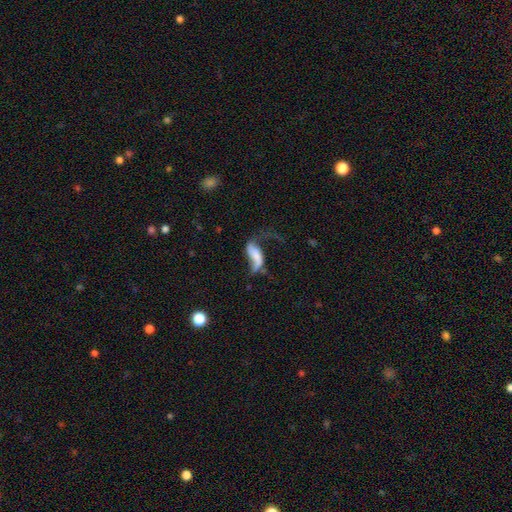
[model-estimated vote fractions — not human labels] A featured or disk galaxy (62%) with no bar (49%), spiral arms (77%) and no central bulge (47%).

Vote fractions:
- Smooth or featured? featured or disk: 62% / smooth: 29% / star or artifact: 10%
- Edge-on disk? no: 91% / yes: 9%
- Bar? no: 49% / weak: 28% / strong: 22%
- Spiral arms? yes: 77% / no: 23%
- Bulge size? none: 47% / small: 25% / moderate: 15% / large: 9% / dominant: 4%
- Merging? major disturbance: 41% / none: 30% / minor disturbance: 18% / merger: 11%